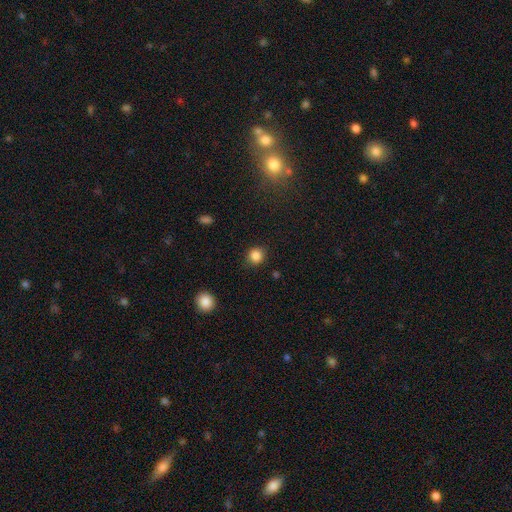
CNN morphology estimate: The model was most divided on "smooth or featured": smooth: 85%, star or artifact: 11%, featured or disk: 4%. More confident: merging — none (88%); how rounded — round (88%).